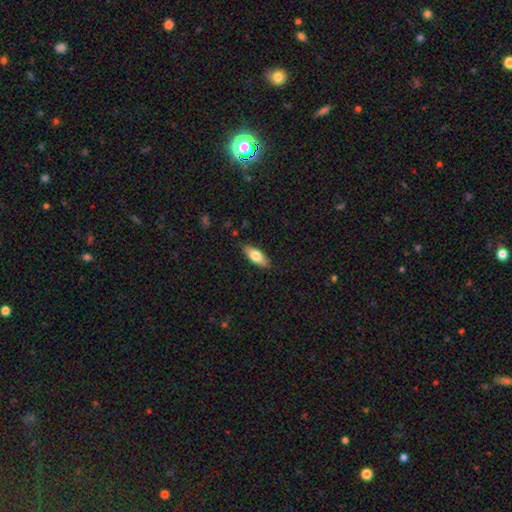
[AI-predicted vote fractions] Morphology: type=smooth (68%); roundness=in between (71%); merging=none (86%).